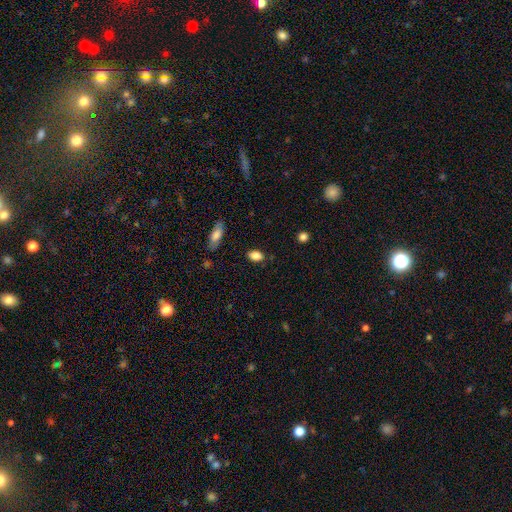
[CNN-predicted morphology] Smooth or featured?
  - smooth: 86% *
  - star or artifact: 8%
  - featured or disk: 6%
How rounded?
  - in between: 85% *
  - round: 11%
  - cigar-shaped: 3%
Merging?
  - none: 84% *
  - minor disturbance: 11%
  - major disturbance: 3%
  - merger: 2%